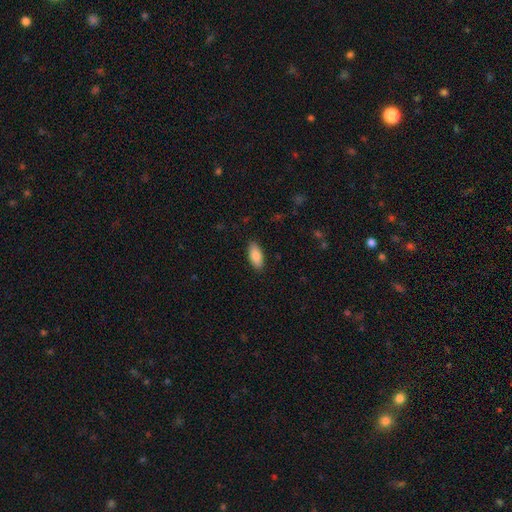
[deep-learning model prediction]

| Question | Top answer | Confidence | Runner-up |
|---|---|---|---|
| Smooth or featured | smooth | 85% | featured or disk (9%) |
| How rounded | in between | 89% | cigar-shaped (9%) |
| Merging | none | 89% | minor disturbance (8%) |